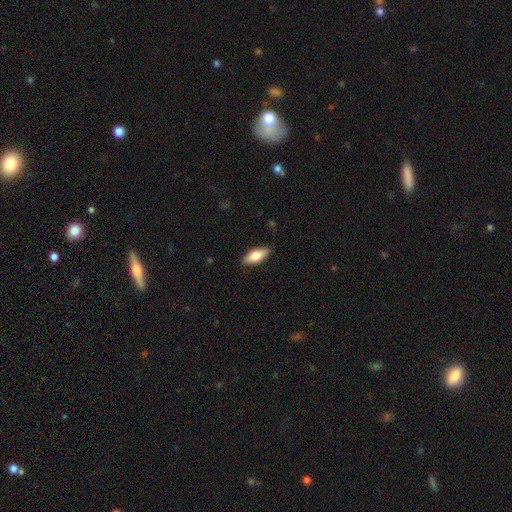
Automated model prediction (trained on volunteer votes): A smooth galaxy with no disk features (67%) that is in between round and cigar-shaped (72%).

Vote fractions:
- Smooth or featured? smooth: 67% / featured or disk: 27% / star or artifact: 6%
- How rounded? in between: 72% / cigar-shaped: 25% / round: 3%
- Merging? none: 87% / minor disturbance: 10% / major disturbance: 2% / merger: 1%